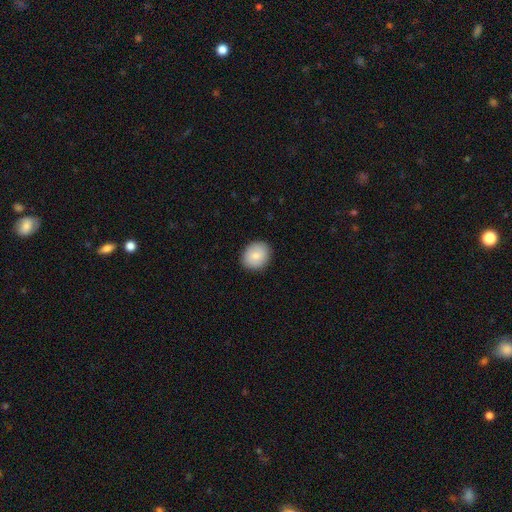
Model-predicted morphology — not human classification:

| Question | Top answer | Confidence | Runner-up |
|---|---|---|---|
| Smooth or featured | smooth | 83% | featured or disk (10%) |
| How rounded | round | 68% | in between (31%) |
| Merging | none | 89% | minor disturbance (8%) |